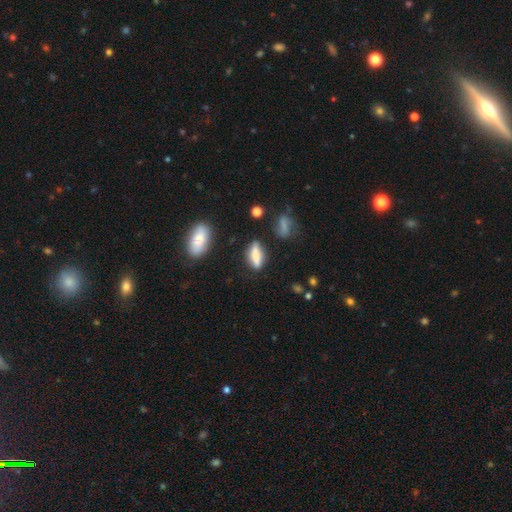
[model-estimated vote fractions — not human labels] This appears to be a smooth galaxy with no disk features (74%) that is cigar-shaped (49%). Merging: none (73%).